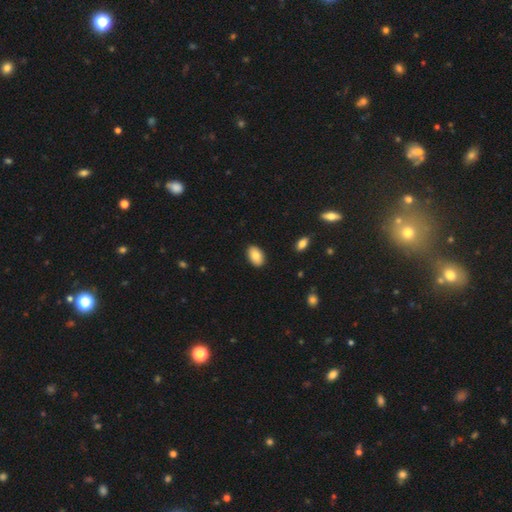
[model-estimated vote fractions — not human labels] This appears to be a smooth galaxy with no disk features (84%) that is in between round and cigar-shaped (92%). Merging: none (89%).